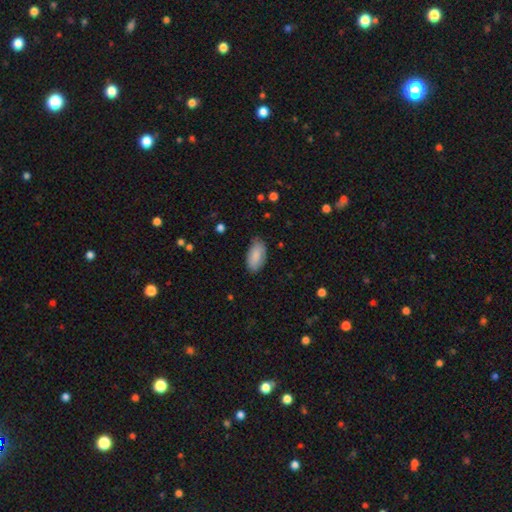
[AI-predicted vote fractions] Smooth or featured? smooth (86%)
How rounded? in between (93%)
Merging? none (77%)